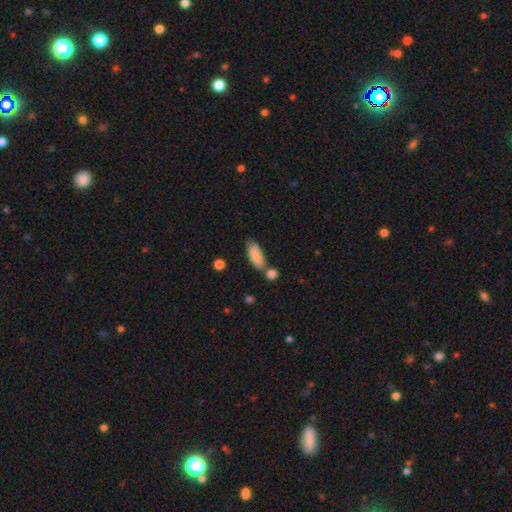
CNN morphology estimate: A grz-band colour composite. It shows a smooth galaxy with no disk features (85%) that is in between round and cigar-shaped (81%). Merging: none (59%).